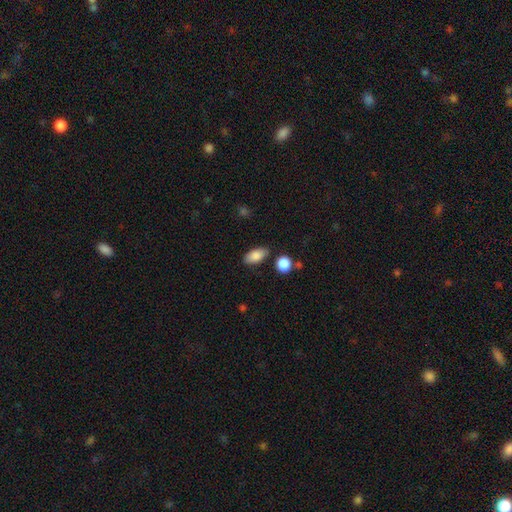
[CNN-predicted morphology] The model was most divided on "merging": none: 80%, minor disturbance: 12%, merger: 5%, major disturbance: 3%. More confident: how rounded — in between (90%); smooth or featured — smooth (85%).